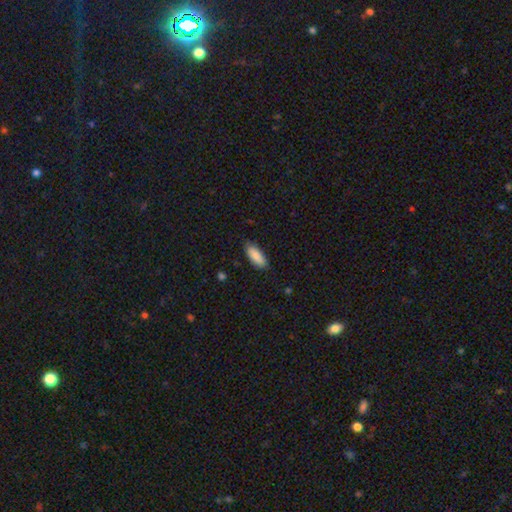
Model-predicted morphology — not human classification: type=smooth (88%); roundness=in between (76%); merging=none (82%).